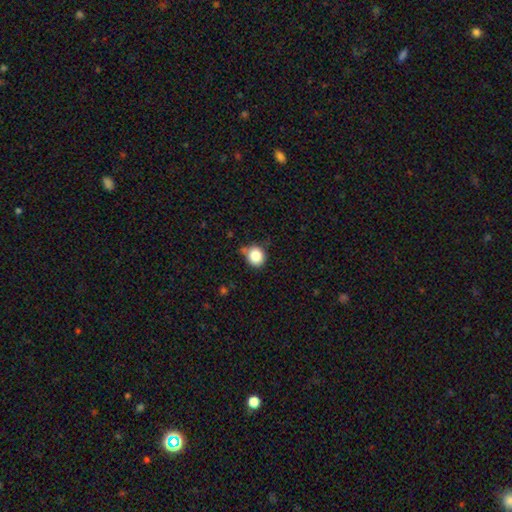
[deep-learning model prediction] Smooth or featured? Predicted: smooth (p=0.83). How rounded? Predicted: round (p=0.84). Merging? Predicted: none (p=0.62).